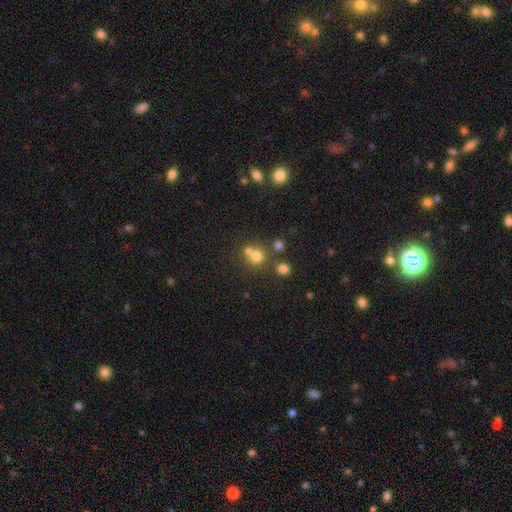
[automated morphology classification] Overall: smooth (70%). How rounded: round (88%). Merging: none (52%; merger 38%).